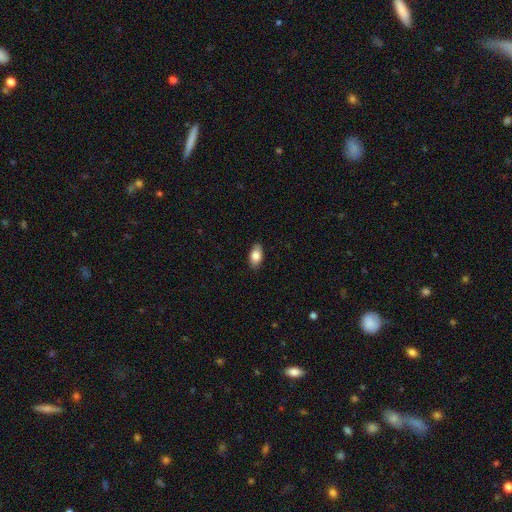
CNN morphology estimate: Smooth or featured? Predicted: smooth (p=0.83). How rounded? Predicted: in between (p=0.92). Merging? Predicted: none (p=0.89).